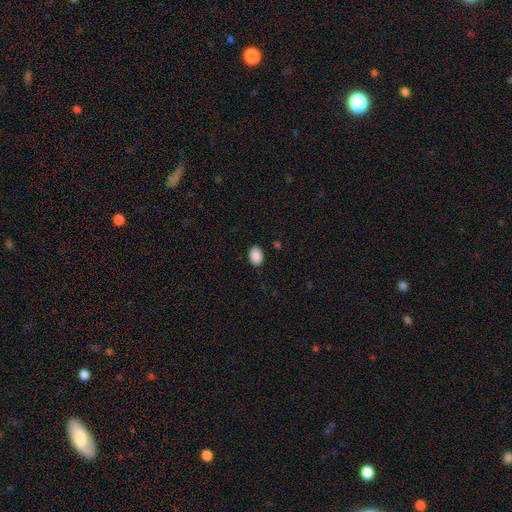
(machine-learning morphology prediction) This is clearly a smooth galaxy (90%). How rounded: likely in between (78%). Merging: clearly none (87%).